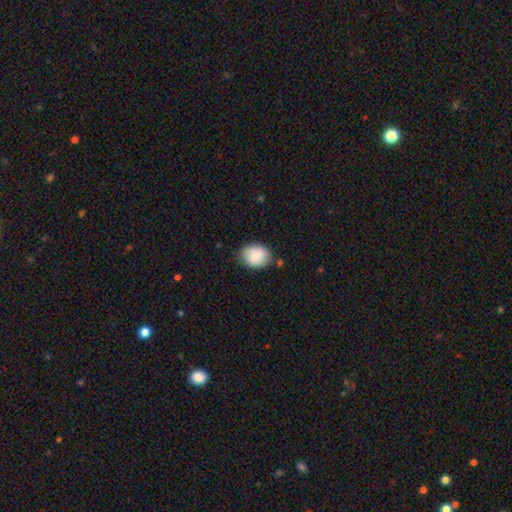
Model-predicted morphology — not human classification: smooth 75%, featured or disk 18%, star or artifact 7%. Down the decision tree: how rounded — in between (58%); merging — none (75%).